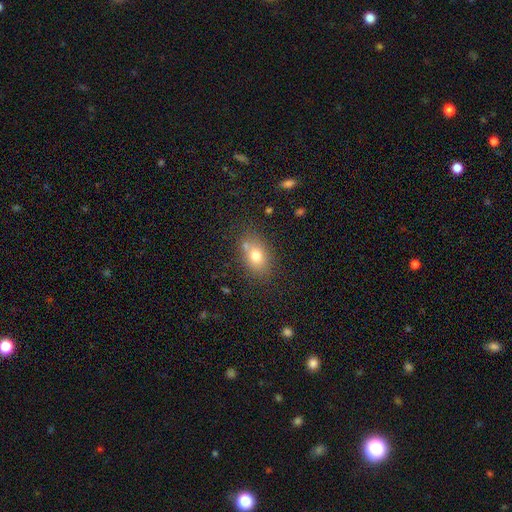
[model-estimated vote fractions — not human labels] This appears to be a smooth galaxy with no disk features (74%) that is in between round and cigar-shaped (75%). Merging: none (68%).